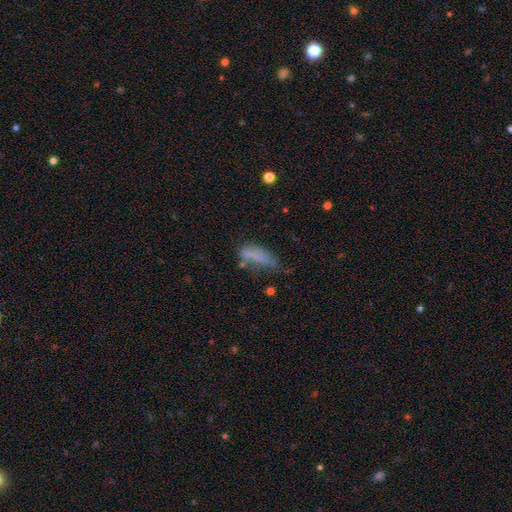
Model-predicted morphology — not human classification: A smooth galaxy with no disk features (65%) that is in between round and cigar-shaped (54%). Merging: none (34%).